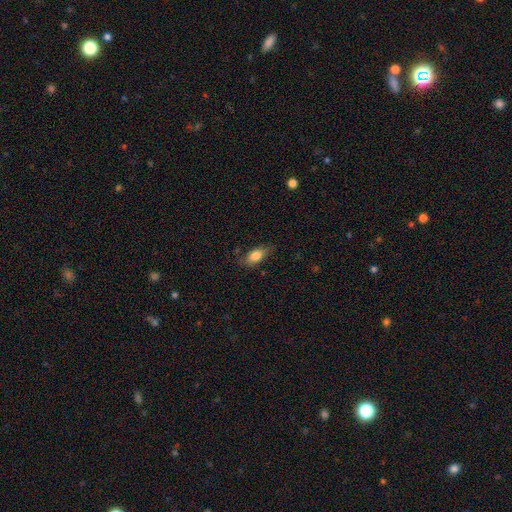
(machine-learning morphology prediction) This is likely a smooth galaxy (79%). How rounded: clearly in between (84%). Merging: likely none (73%).